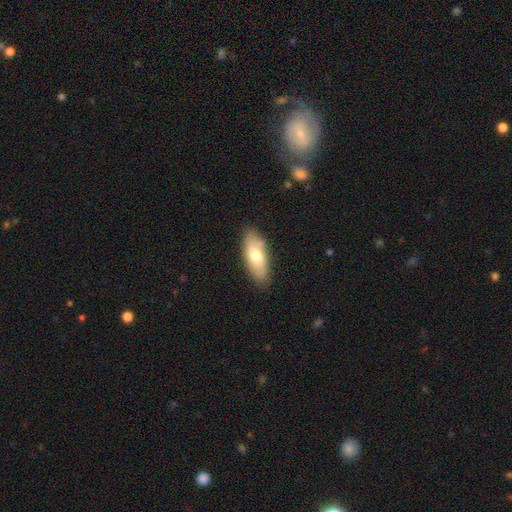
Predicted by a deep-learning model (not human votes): Smooth or featured: smooth — 69% (featured or disk — 25%)
How rounded: in between — 78% (cigar-shaped — 19%)
Merging: none — 81% (minor disturbance — 14%)